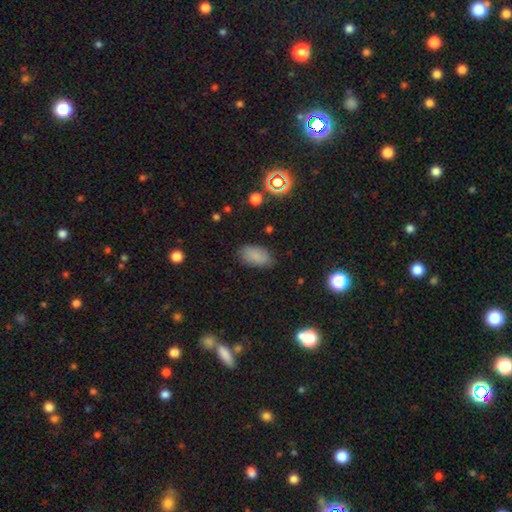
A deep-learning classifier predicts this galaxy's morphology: Smooth or featured: smooth — 83% (star or artifact — 11%)
How rounded: in between — 93% (round — 4%)
Merging: none — 80% (minor disturbance — 15%)